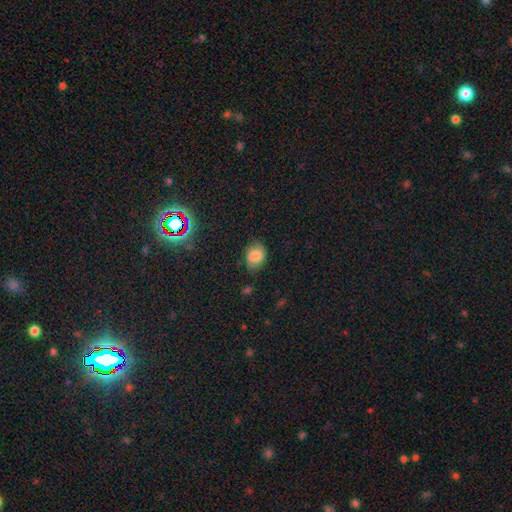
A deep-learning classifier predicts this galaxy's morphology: smooth 78%, featured or disk 11%, star or artifact 11%. Down the decision tree: how rounded — in between (53%); merging — none (71%).